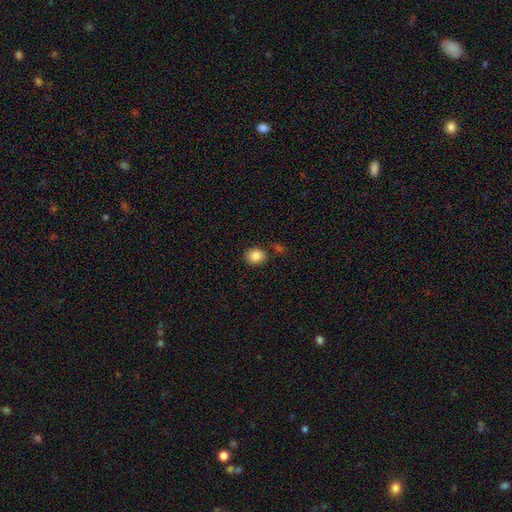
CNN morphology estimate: A smooth galaxy with no disk features (86%) that is round (56%).

Vote fractions:
- Smooth or featured? smooth: 86% / star or artifact: 9% / featured or disk: 5%
- How rounded? round: 56% / in between: 43% / cigar-shaped: 1%
- Merging? none: 78% / minor disturbance: 12% / merger: 6% / major disturbance: 3%